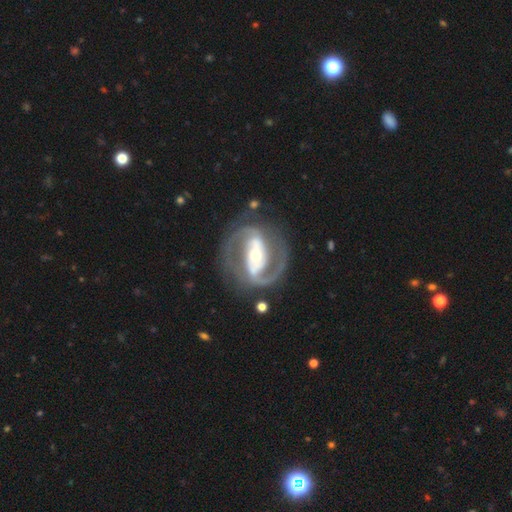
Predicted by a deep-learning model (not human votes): Smooth or featured? featured or disk (91%)
Edge-on disk? no (97%)
Bar? strong (61%)
Spiral arms? yes (95%)
Spiral winding? medium (54%)
Spiral arm count? 2 (91%)
Bulge size? moderate (56%)
Merging? none (77%)